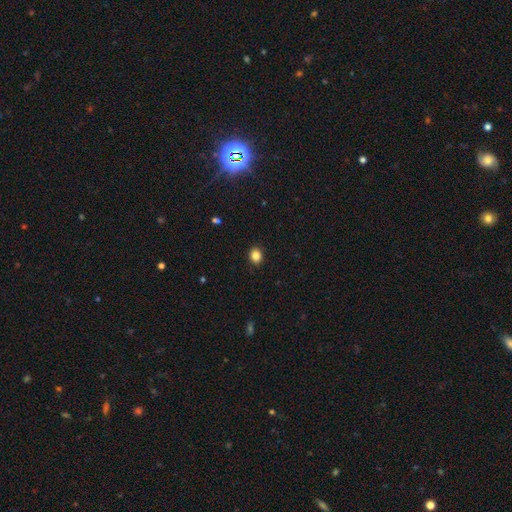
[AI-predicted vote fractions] Morphology: type=smooth (86%); roundness=round (53%); merging=none (91%).